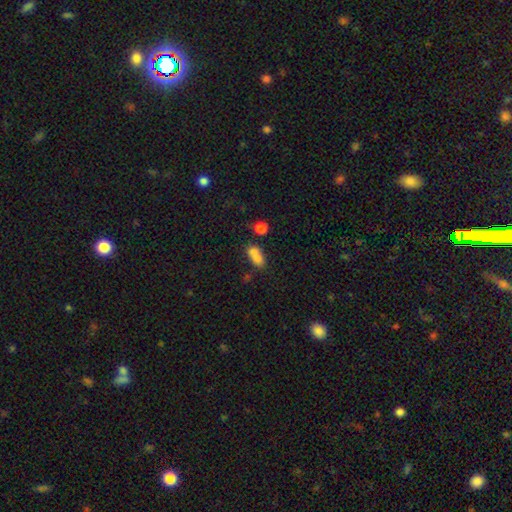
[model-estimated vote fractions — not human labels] Smooth or featured: smooth — 72% (featured or disk — 16%)
How rounded: in between — 67% (round — 27%)
Merging: merger — 54% (none — 28%)